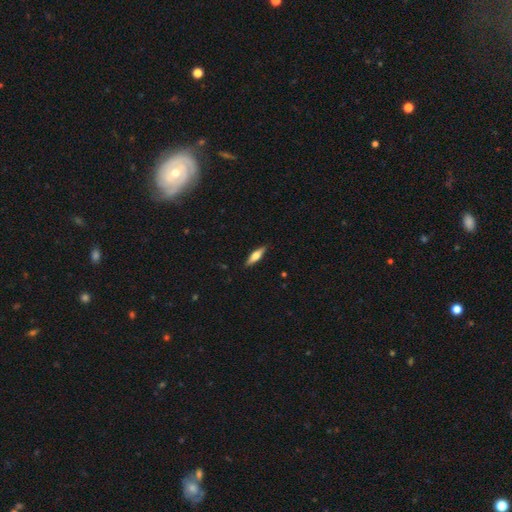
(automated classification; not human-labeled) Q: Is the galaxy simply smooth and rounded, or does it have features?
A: smooth — 55%.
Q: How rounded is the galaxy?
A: cigar-shaped — 58%.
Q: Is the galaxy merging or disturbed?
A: none — 88%.